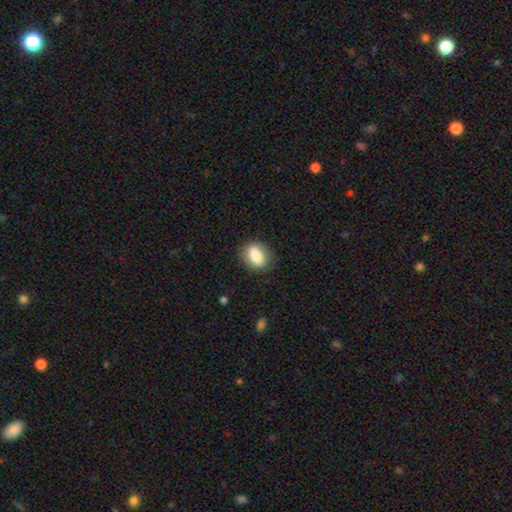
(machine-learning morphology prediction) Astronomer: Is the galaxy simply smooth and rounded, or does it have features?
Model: smooth — 84%.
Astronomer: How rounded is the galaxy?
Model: in between — 61% (runner-up: round, 37%).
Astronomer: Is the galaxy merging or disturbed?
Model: none — 86%.